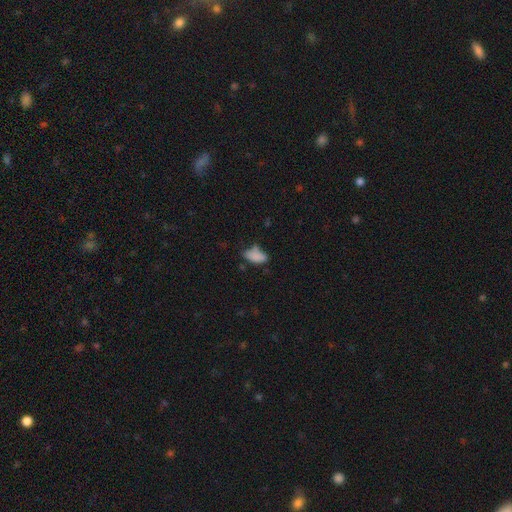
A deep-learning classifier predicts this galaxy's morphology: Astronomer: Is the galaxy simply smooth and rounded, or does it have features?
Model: smooth — 81%.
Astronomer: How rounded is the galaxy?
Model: in between — 88%.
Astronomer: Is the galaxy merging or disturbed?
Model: none — 48% (runner-up: minor disturbance, 33%).